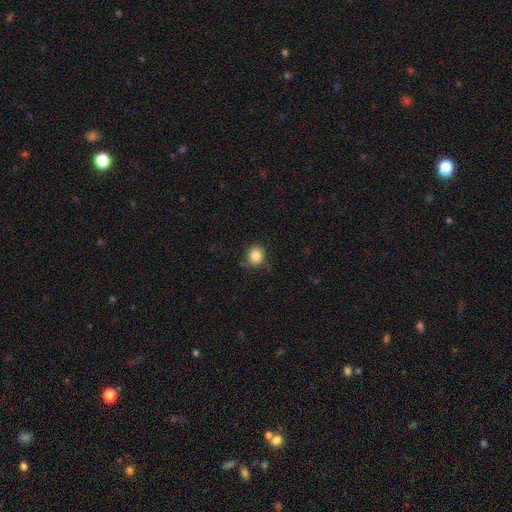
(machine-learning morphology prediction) This appears to be a smooth galaxy with no disk features (84%) that is round (80%). Merging: none (78%).